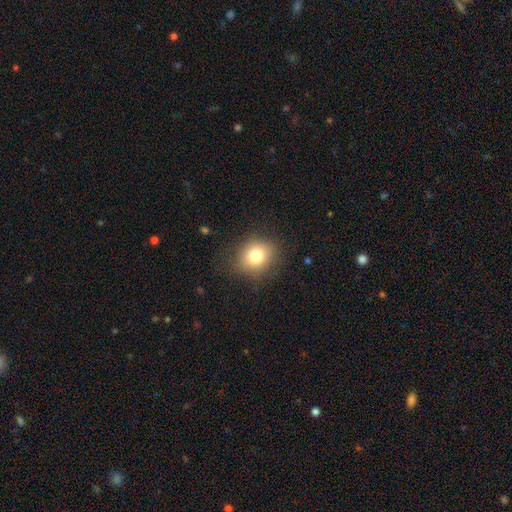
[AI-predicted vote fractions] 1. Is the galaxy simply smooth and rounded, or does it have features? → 79% smooth, 11% star or artifact, 10% featured or disk.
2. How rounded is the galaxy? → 68% round, 31% in between, 1% cigar-shaped.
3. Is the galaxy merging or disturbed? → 84% none, 11% minor disturbance, 4% major disturbance, 1% merger.